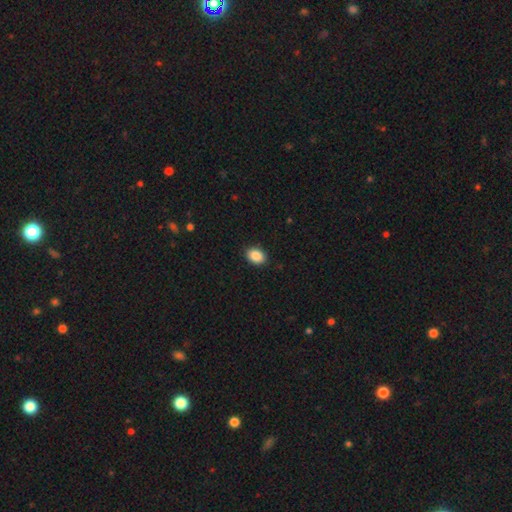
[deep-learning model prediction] The model was most divided on "how rounded": in between: 75%, round: 24%, cigar-shaped: 1%. More confident: merging — none (90%); smooth or featured — smooth (89%).